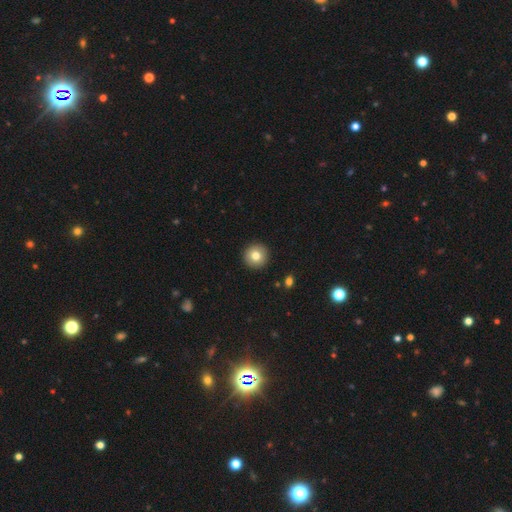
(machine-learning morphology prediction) Smooth or featured?
  - smooth: 80% *
  - featured or disk: 11%
  - star or artifact: 9%
How rounded?
  - round: 95% *
  - in between: 4%
  - cigar-shaped: 1%
Merging?
  - none: 93% *
  - minor disturbance: 4%
  - major disturbance: 1%
  - merger: 1%